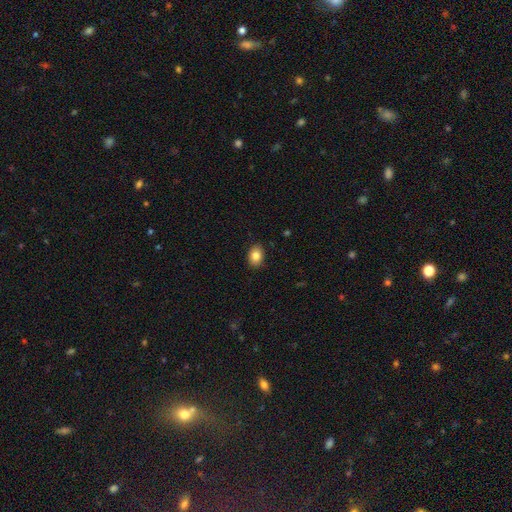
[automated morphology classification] Smooth or featured?
  - smooth: 84% *
  - star or artifact: 9%
  - featured or disk: 7%
How rounded?
  - in between: 71% *
  - round: 28%
  - cigar-shaped: 1%
Merging?
  - none: 88% *
  - minor disturbance: 9%
  - major disturbance: 2%
  - merger: 1%